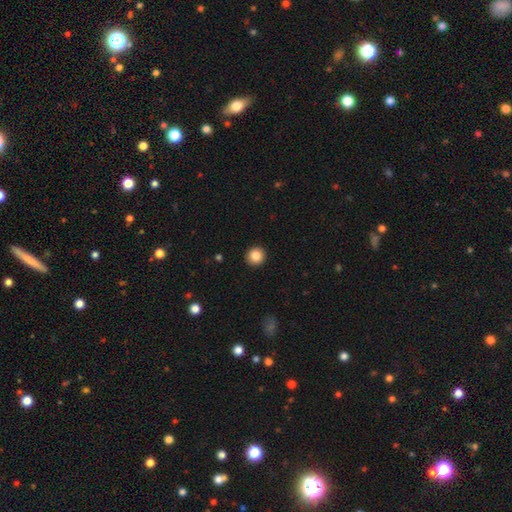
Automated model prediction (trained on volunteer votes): smooth 86%, star or artifact 10%, featured or disk 4%. Down the decision tree: how rounded — round (94%); merging — none (93%).